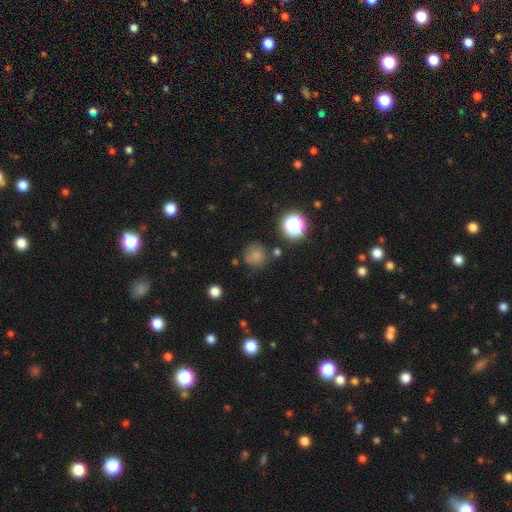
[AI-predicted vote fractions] A smooth galaxy with no disk features (74%) that is round (91%). Merging: none (74%).